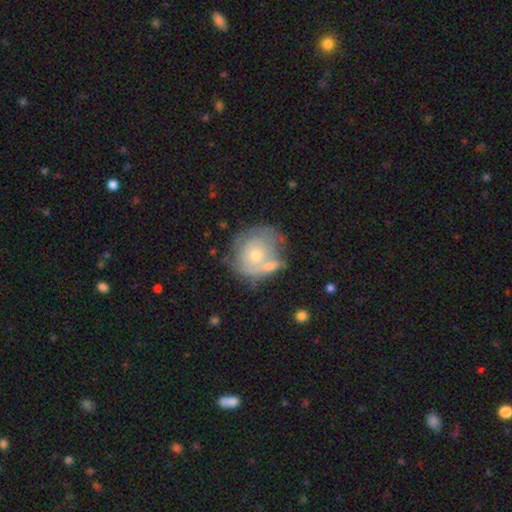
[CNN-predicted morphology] Overall: featured or disk (56%; smooth 37%). Edge-on disk: no (96%). Bar: no (85%). Spiral arms: yes (58%; no 42%). Bulge size: moderate (54%; small 40%). Merging: none (46%; merger 23%).